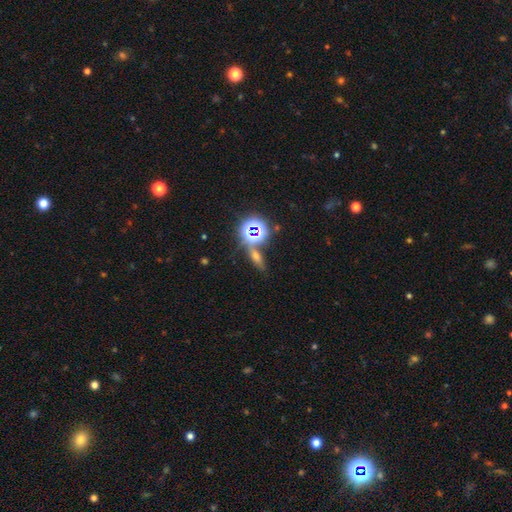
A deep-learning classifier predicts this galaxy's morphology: This appears to be a smooth galaxy with no disk features (42%). Merging: none (70%).